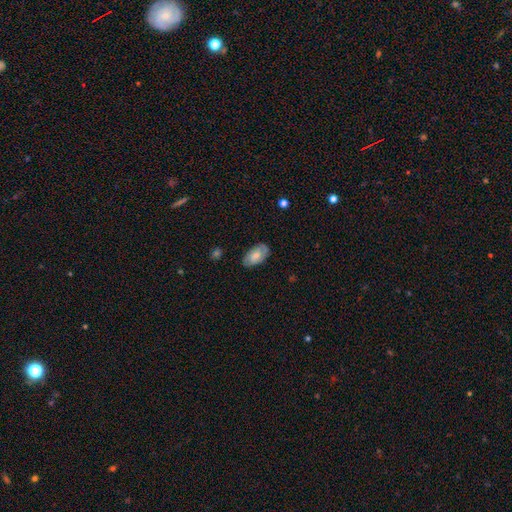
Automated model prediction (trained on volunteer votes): Q: Smooth or featured?
A: smooth (57%); runner-up: featured or disk (36%)
Q: How rounded?
A: in between (94%); runner-up: round (4%)
Q: Merging?
A: none (79%); runner-up: minor disturbance (16%)